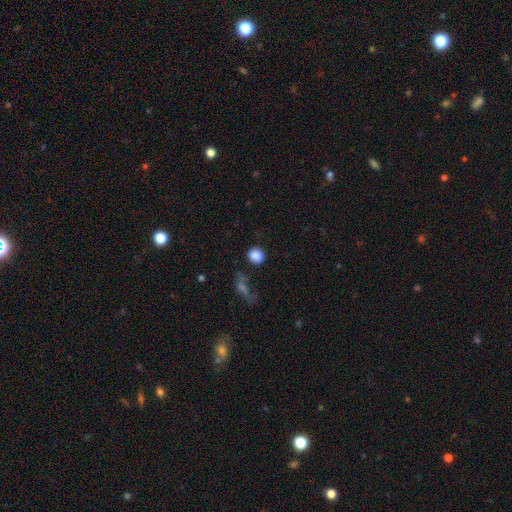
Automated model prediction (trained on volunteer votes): Smooth or featured? smooth (86%)
How rounded? round (85%)
Merging? none (80%)